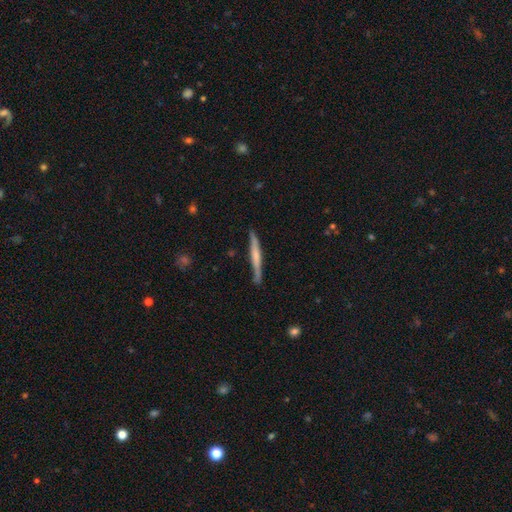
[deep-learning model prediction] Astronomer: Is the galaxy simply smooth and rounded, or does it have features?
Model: featured or disk — 54% (runner-up: smooth, 41%).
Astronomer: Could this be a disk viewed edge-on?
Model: yes — 97%.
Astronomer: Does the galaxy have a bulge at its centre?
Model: none — 42% (runner-up: rounded, 37%).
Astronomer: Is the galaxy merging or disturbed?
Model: none — 84%.